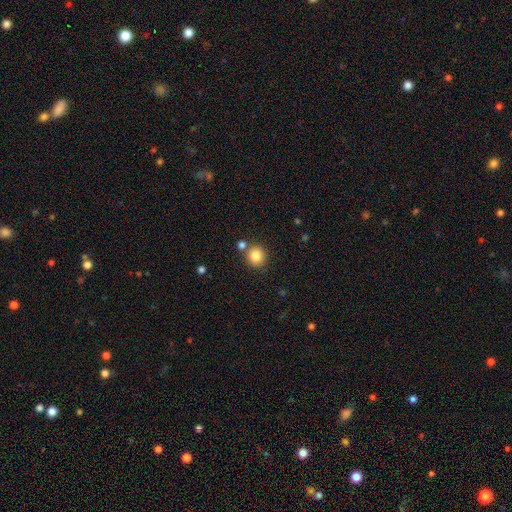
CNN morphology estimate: Smooth or featured?
  - smooth: 84% *
  - star or artifact: 10%
  - featured or disk: 5%
How rounded?
  - round: 90% *
  - in between: 9%
  - cigar-shaped: 1%
Merging?
  - none: 75% *
  - merger: 13%
  - minor disturbance: 9%
  - major disturbance: 3%